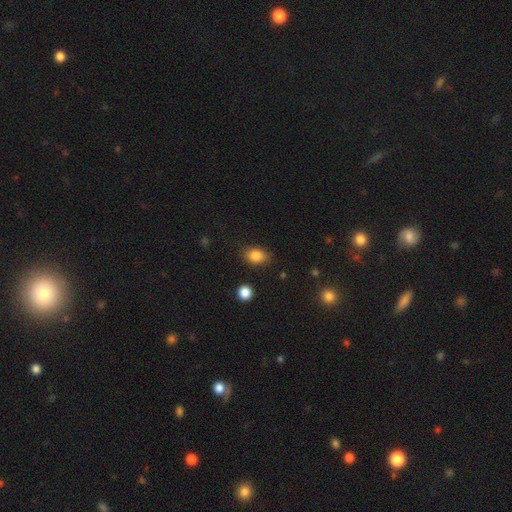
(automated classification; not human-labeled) Smooth or featured? smooth (84%)
How rounded? in between (70%)
Merging? none (81%)